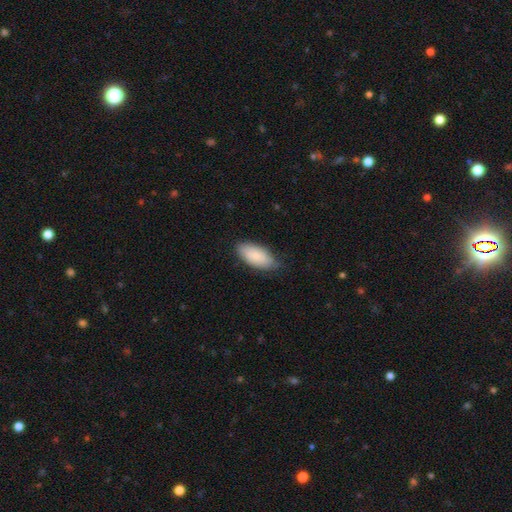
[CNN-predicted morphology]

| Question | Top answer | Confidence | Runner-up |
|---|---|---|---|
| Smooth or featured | smooth | 79% | featured or disk (15%) |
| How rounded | in between | 92% | cigar-shaped (6%) |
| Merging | none | 73% | minor disturbance (22%) |